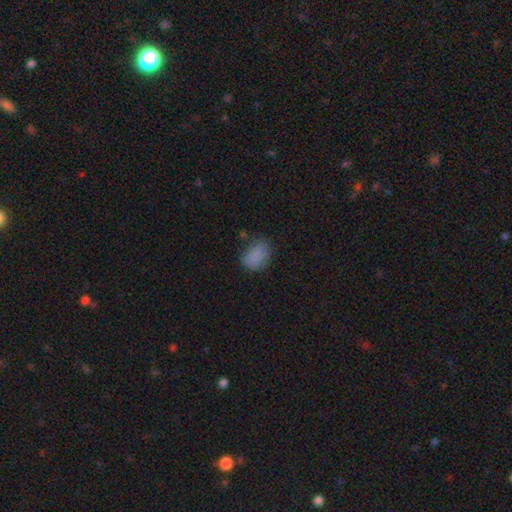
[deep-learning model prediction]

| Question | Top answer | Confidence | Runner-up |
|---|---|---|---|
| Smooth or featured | smooth | 83% | star or artifact (11%) |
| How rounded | in between | 81% | round (18%) |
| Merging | none | 65% | minor disturbance (25%) |